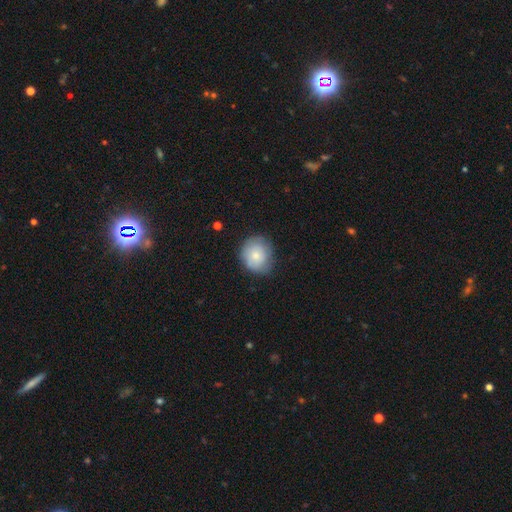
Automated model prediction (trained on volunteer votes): A smooth galaxy with no disk features (79%) that is round (80%).

Vote fractions:
- Smooth or featured? smooth: 79% / featured or disk: 14% / star or artifact: 7%
- How rounded? round: 80% / in between: 19% / cigar-shaped: 1%
- Merging? none: 74% / minor disturbance: 21% / major disturbance: 4% / merger: 1%